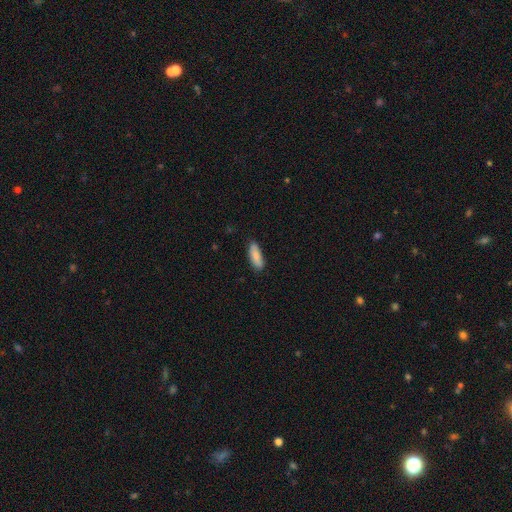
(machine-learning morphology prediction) This appears to be a smooth galaxy with no disk features (87%) that is in between round and cigar-shaped (60%). Merging: none (84%).